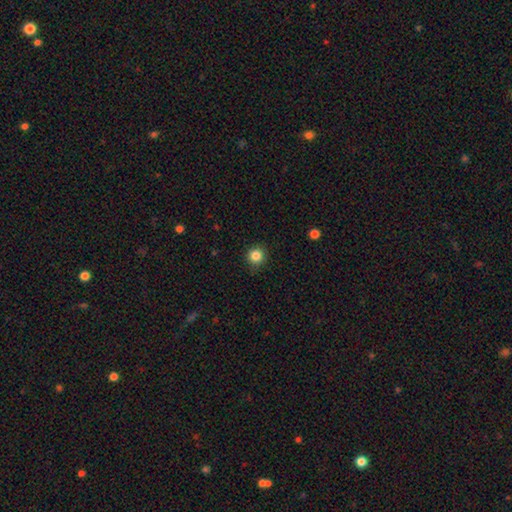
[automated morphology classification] Smooth or featured? smooth (85%)
How rounded? round (94%)
Merging? none (89%)